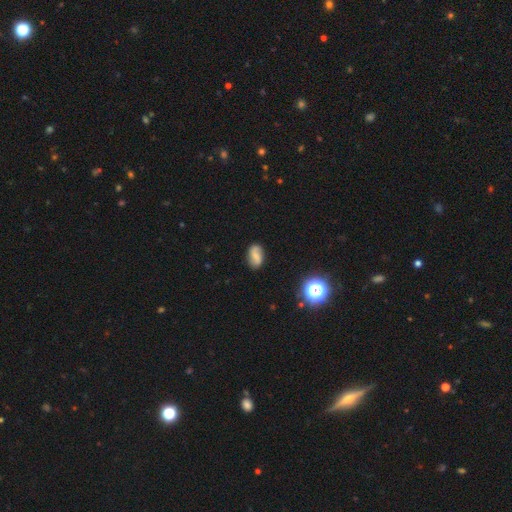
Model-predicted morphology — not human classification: smooth 55%, featured or disk 33%, star or artifact 12%. Down the decision tree: how rounded — in between (87%); merging — none (80%).